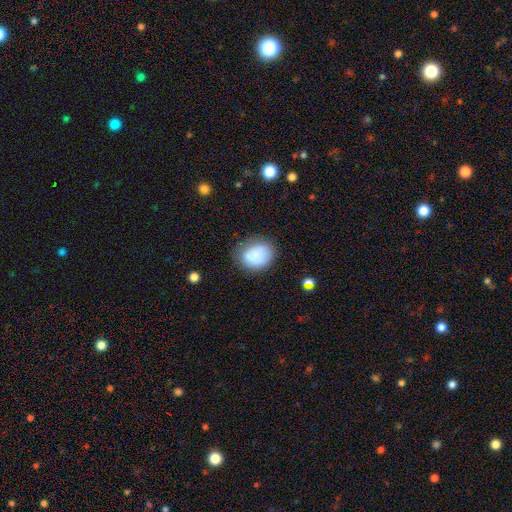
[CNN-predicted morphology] smooth_or_featured: smooth (p=0.84) [alt: star or artifact p=0.08]
how_rounded: round (p=0.50) [alt: in between p=0.49]
merging: none (p=0.68) [alt: minor disturbance p=0.22]